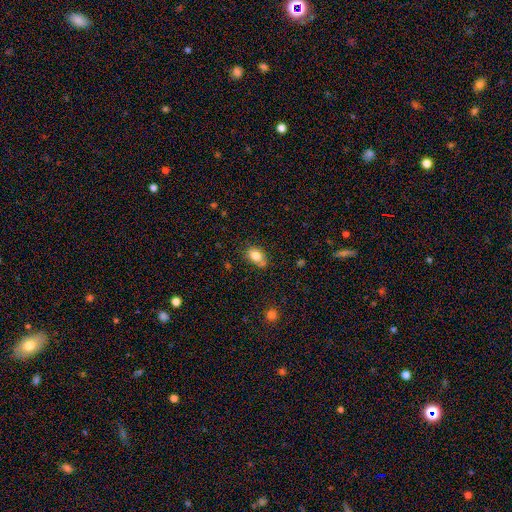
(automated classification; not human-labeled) A smooth galaxy with no disk features (83%) that is in between round and cigar-shaped (76%).

Vote fractions:
- Smooth or featured? smooth: 83% / star or artifact: 9% / featured or disk: 8%
- How rounded? in between: 76% / round: 23% / cigar-shaped: 1%
- Merging? none: 62% / minor disturbance: 24% / merger: 8% / major disturbance: 5%